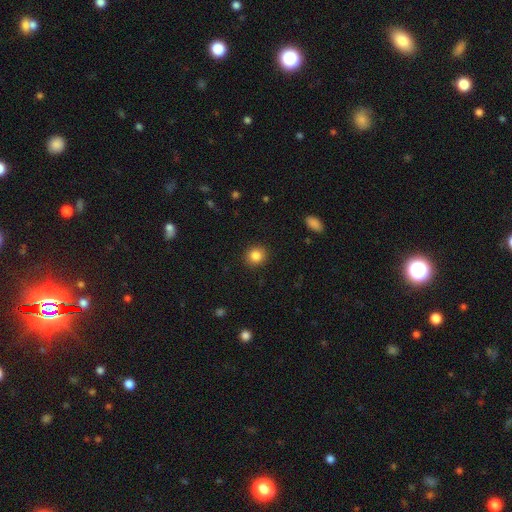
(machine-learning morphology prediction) Smooth or featured? Predicted: smooth (p=0.85). How rounded? Predicted: round (p=0.87). Merging? Predicted: none (p=0.91).